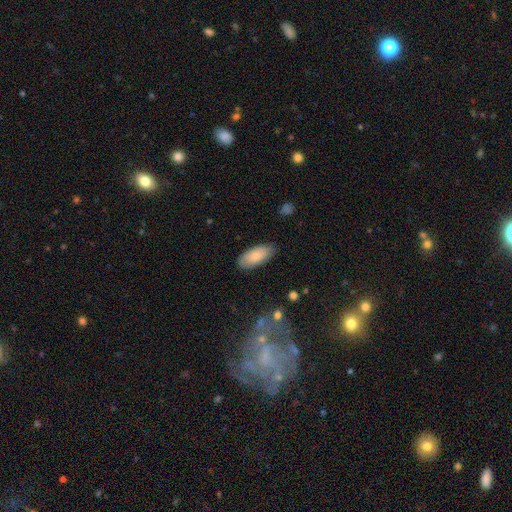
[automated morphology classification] Smooth or featured? smooth (80%)
How rounded? in between (90%)
Merging? none (84%)